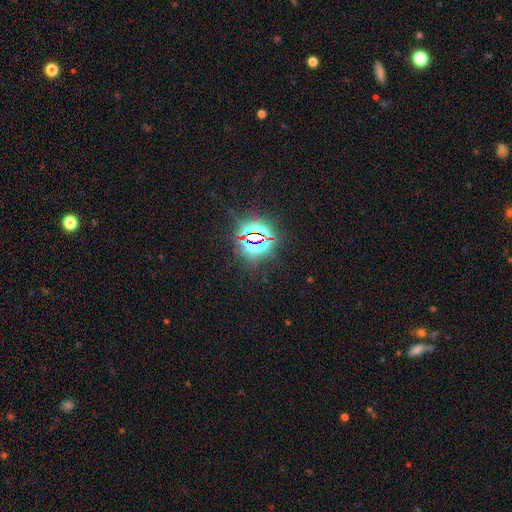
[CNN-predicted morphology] Smooth or featured? Predicted: star or artifact (p=0.84).